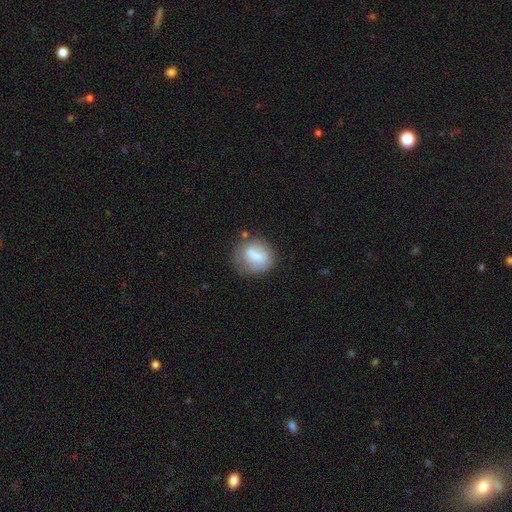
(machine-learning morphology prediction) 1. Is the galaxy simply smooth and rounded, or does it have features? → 67% smooth, 25% featured or disk, 8% star or artifact.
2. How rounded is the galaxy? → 68% round, 30% in between, 2% cigar-shaped.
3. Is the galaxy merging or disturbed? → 60% none, 23% minor disturbance, 10% major disturbance, 7% merger.